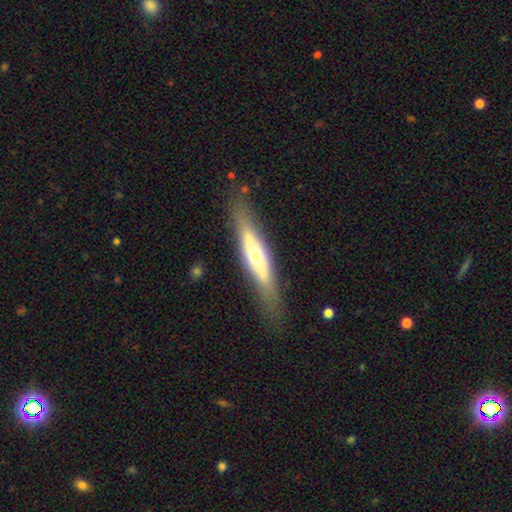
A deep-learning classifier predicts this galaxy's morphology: Smooth or featured? Predicted: featured or disk (p=0.52). Edge-on disk? Predicted: yes (p=0.68). Merging? Predicted: none (p=0.78).